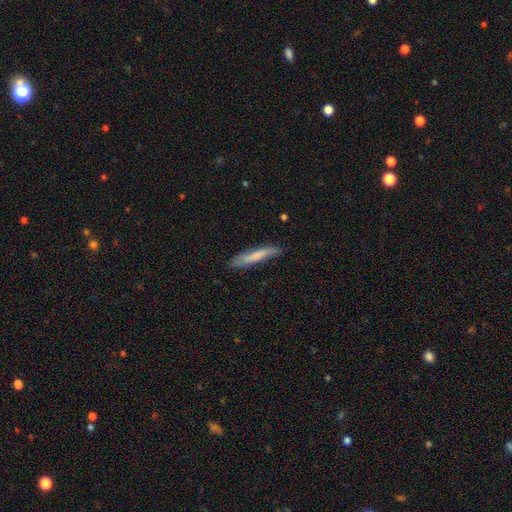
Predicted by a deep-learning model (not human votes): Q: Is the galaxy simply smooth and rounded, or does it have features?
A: smooth — 69%.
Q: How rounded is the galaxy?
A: cigar-shaped — 92%.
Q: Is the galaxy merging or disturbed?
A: none — 81%.